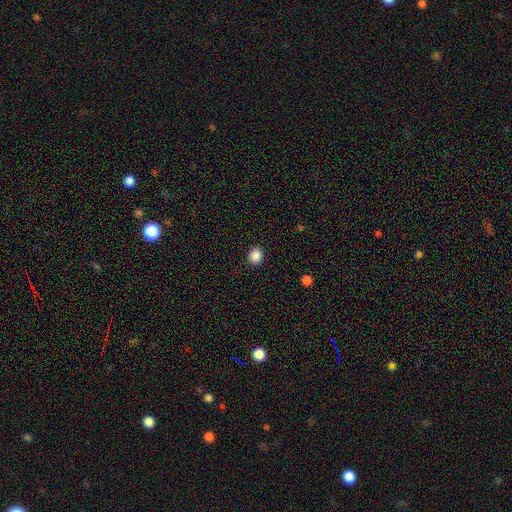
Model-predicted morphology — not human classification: type=smooth (87%); roundness=round (83%); merging=none (91%).